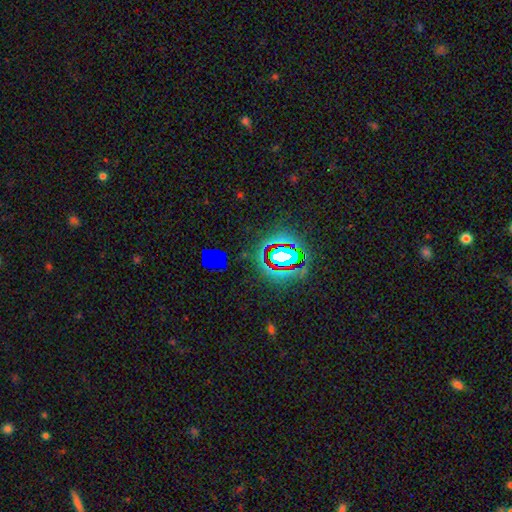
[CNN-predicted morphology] Smooth or featured: star or artifact — 79% (smooth — 12%)